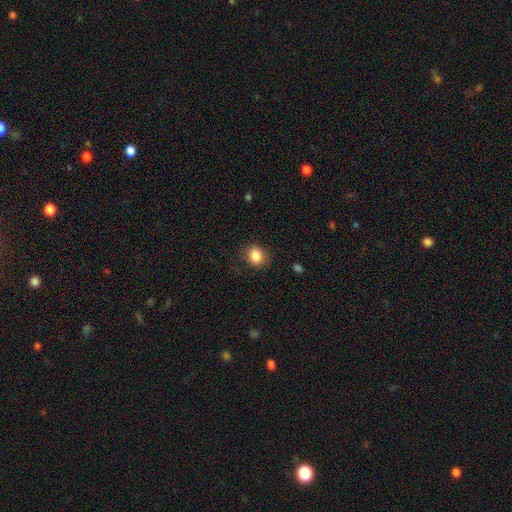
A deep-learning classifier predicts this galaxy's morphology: Smooth or featured? Predicted: smooth (p=0.85). How rounded? Predicted: round (p=0.62). Merging? Predicted: none (p=0.82).